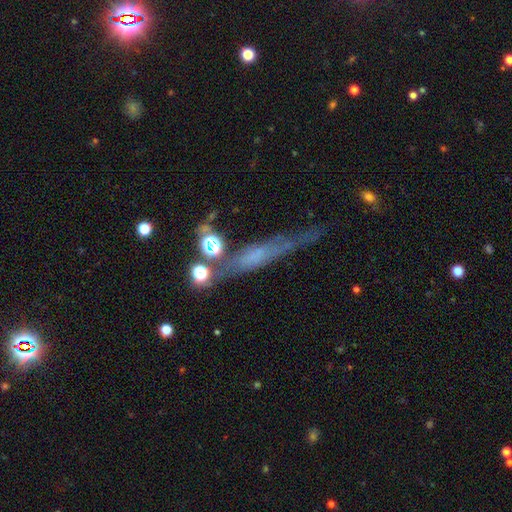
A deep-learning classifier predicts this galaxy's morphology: A featured or disk galaxy (50%) viewed edge-on (78%). Merging: none (55%).